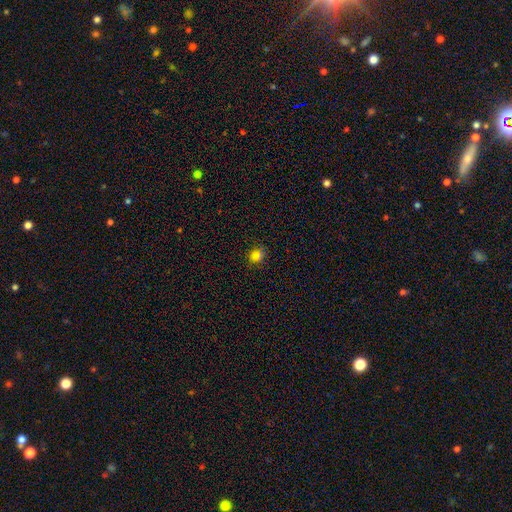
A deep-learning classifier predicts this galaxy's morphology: This appears to be a smooth galaxy with no disk features (70%) that is round (75%). Merging: none (62%).